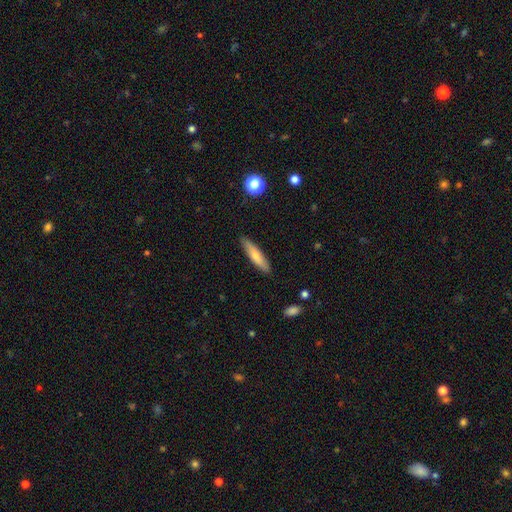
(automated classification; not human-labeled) Smooth or featured? smooth (72%)
How rounded? cigar-shaped (81%)
Merging? none (87%)